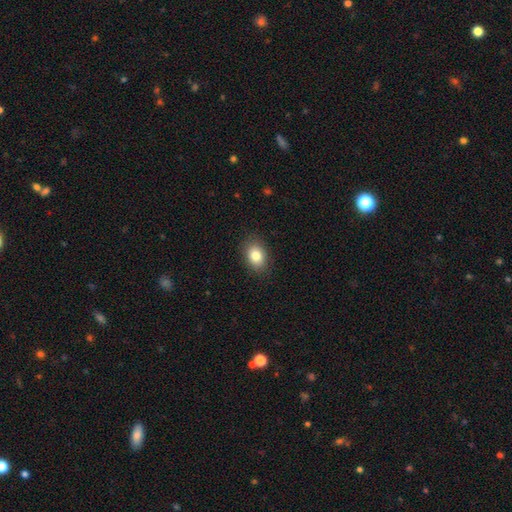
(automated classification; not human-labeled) A smooth galaxy with no disk features (83%) that is in between round and cigar-shaped (73%).

Vote fractions:
- Smooth or featured? smooth: 83% / star or artifact: 9% / featured or disk: 8%
- How rounded? in between: 73% / round: 26% / cigar-shaped: 1%
- Merging? none: 87% / minor disturbance: 9% / major disturbance: 2% / merger: 1%